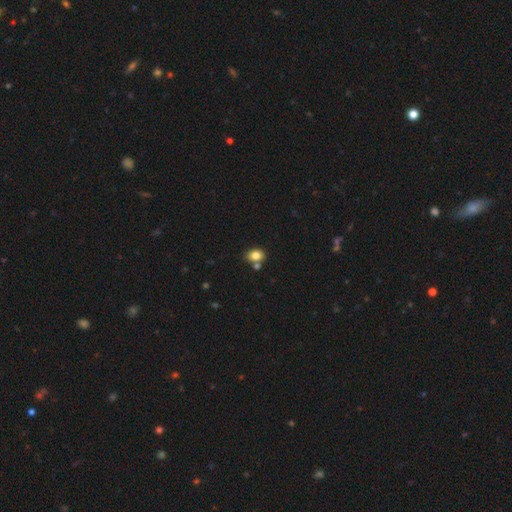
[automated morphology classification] The model was most divided on "how rounded": in between: 62%, round: 37%, cigar-shaped: 1%. More confident: smooth or featured — smooth (82%); merging — none (62%).